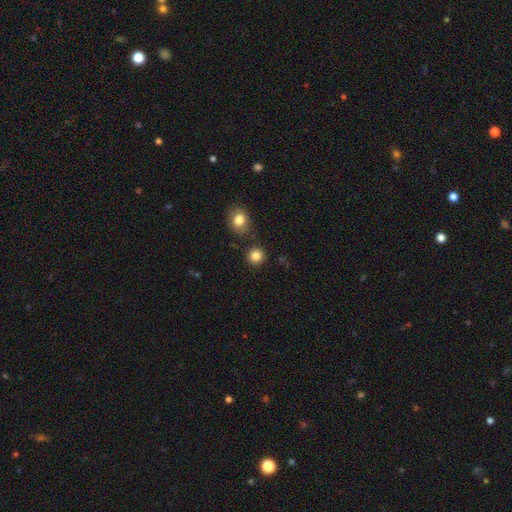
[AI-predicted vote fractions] Smooth or featured: smooth — 84% (star or artifact — 11%)
How rounded: round — 91% (in between — 8%)
Merging: none — 84% (minor disturbance — 8%)